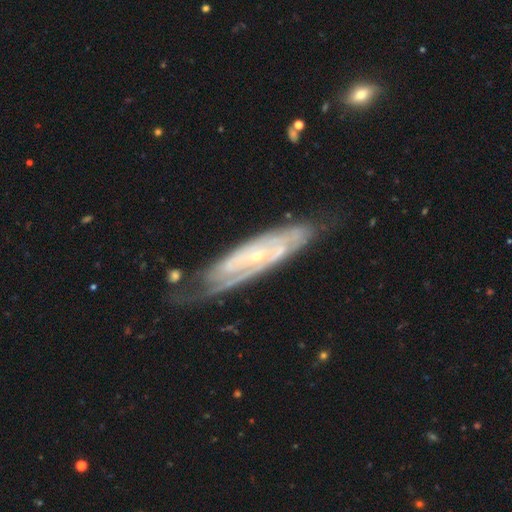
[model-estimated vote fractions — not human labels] This appears to be a featured or disk galaxy (84%) with no bar (66%), tight (69%) spiral arms (91%) and a small central bulge (81%). Merging: none (66%).